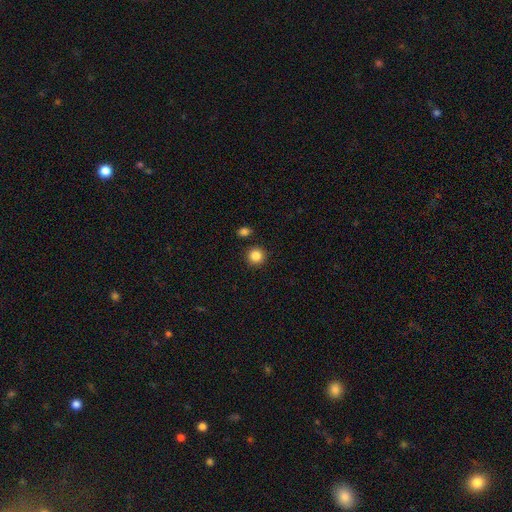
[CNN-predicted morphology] Q: Smooth or featured?
A: smooth (85%); runner-up: star or artifact (11%)
Q: How rounded?
A: round (94%); runner-up: in between (5%)
Q: Merging?
A: none (89%); runner-up: minor disturbance (6%)